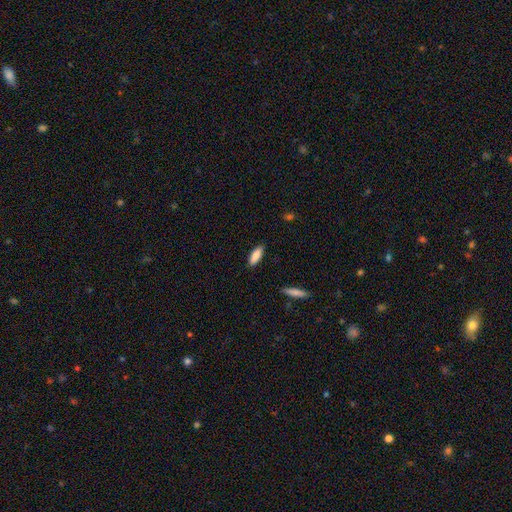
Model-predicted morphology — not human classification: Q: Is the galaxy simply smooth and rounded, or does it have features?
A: smooth — 86%.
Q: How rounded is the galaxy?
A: in between — 58%.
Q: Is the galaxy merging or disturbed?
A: none — 87%.